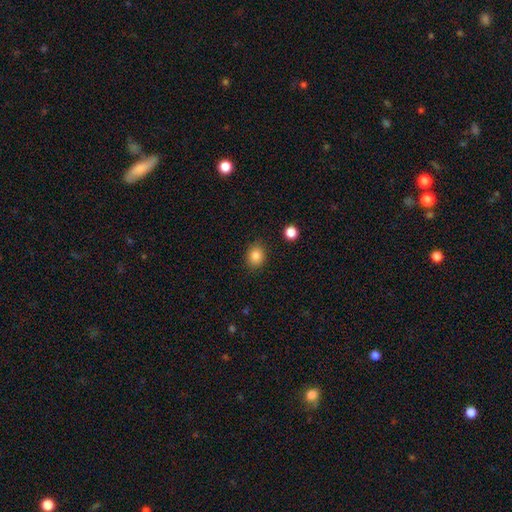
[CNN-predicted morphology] Smooth or featured: smooth — 85% (star or artifact — 10%)
How rounded: round — 60% (in between — 40%)
Merging: none — 86% (minor disturbance — 10%)